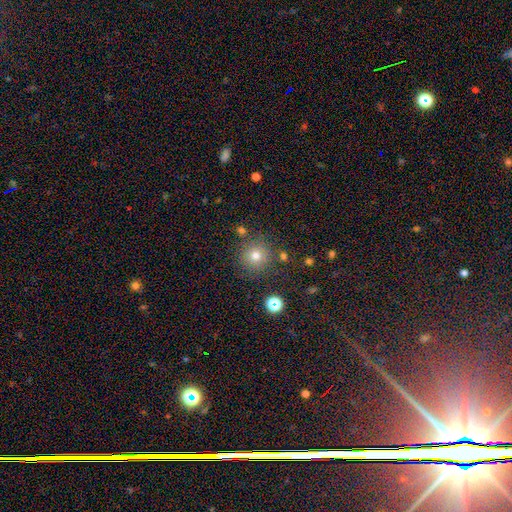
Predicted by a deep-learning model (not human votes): This is likely a smooth galaxy (74%). How rounded: clearly round (94%). Merging: clearly none (84%).